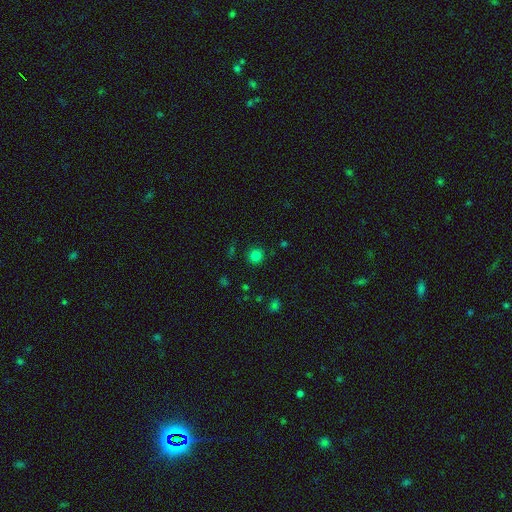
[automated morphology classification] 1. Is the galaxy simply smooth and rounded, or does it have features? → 81% smooth, 15% star or artifact, 4% featured or disk.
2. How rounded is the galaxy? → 92% round, 7% in between, 1% cigar-shaped.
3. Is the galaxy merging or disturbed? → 89% none, 7% minor disturbance, 3% major disturbance, 2% merger.